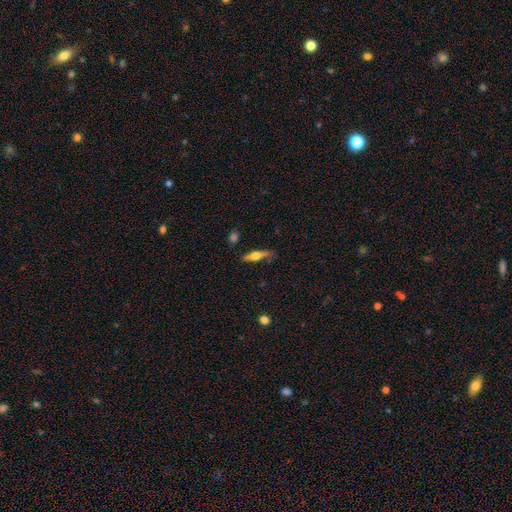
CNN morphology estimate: featured or disk 50%, smooth 44%, star or artifact 6%. Down the decision tree: merging — none (74%).